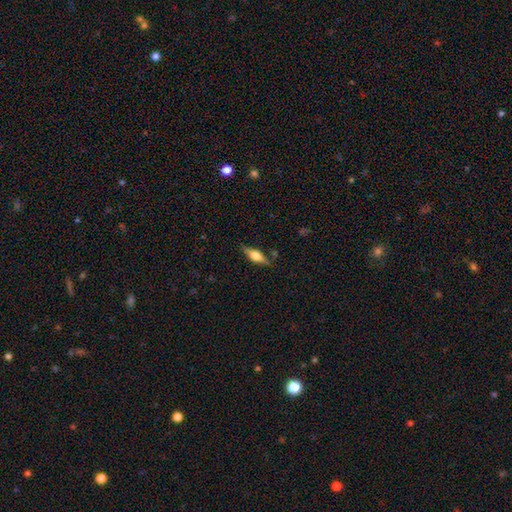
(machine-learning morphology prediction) smooth_or_featured: featured or disk (p=0.53) [alt: smooth p=0.40]
disk_edge_on: yes (p=0.94) [alt: no p=0.06]
merging: none (p=0.81) [alt: minor disturbance p=0.13]